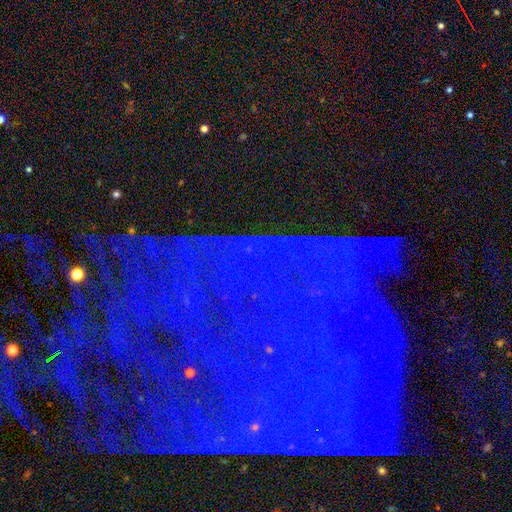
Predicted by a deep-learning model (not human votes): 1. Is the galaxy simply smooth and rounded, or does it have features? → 82% star or artifact, 10% featured or disk, 8% smooth.